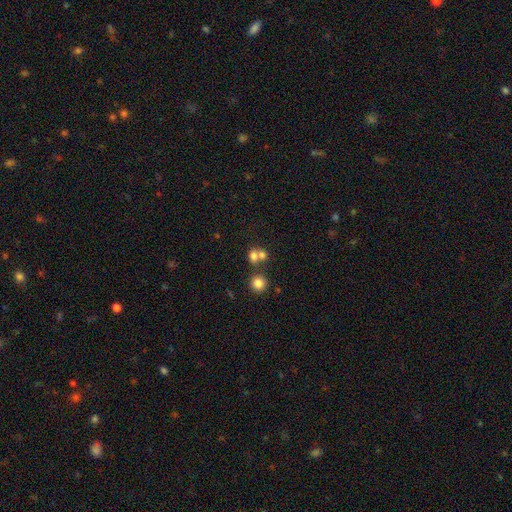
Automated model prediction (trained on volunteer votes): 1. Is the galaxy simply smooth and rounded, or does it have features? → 72% smooth, 15% star or artifact, 13% featured or disk.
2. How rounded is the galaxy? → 70% round, 29% in between, 1% cigar-shaped.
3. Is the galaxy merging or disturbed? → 48% merger, 40% none, 7% minor disturbance, 4% major disturbance.